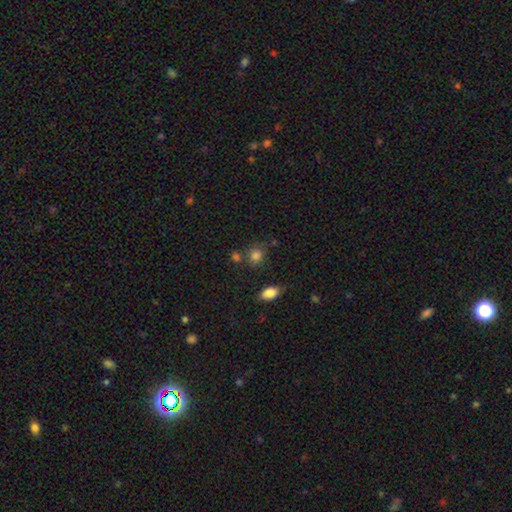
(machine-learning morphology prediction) A smooth galaxy with no disk features (82%) that is round (64%).

Vote fractions:
- Smooth or featured? smooth: 82% / star or artifact: 12% / featured or disk: 6%
- How rounded? round: 64% / in between: 35% / cigar-shaped: 1%
- Merging? none: 64% / minor disturbance: 17% / merger: 14% / major disturbance: 6%